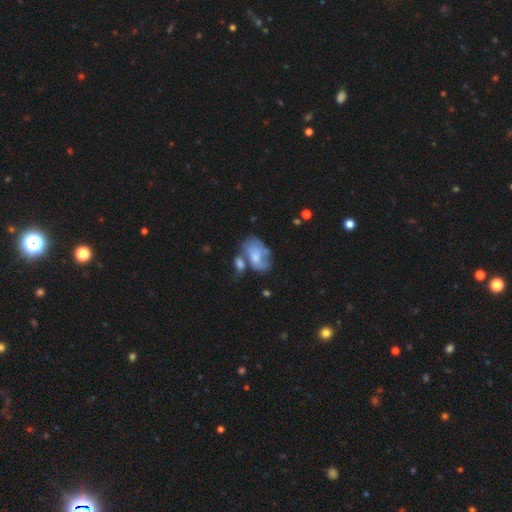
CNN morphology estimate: Q: Smooth or featured?
A: smooth (54%); runner-up: featured or disk (38%)
Q: How rounded?
A: in between (87%); runner-up: round (11%)
Q: Merging?
A: merger (35%); runner-up: none (29%)